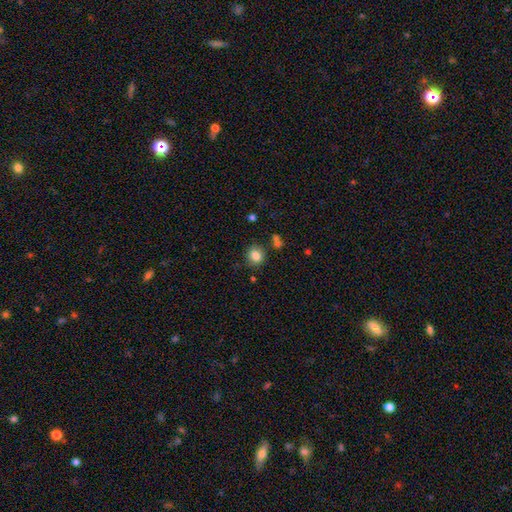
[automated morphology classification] Smooth or featured? smooth (84%)
How rounded? round (74%)
Merging? none (79%)